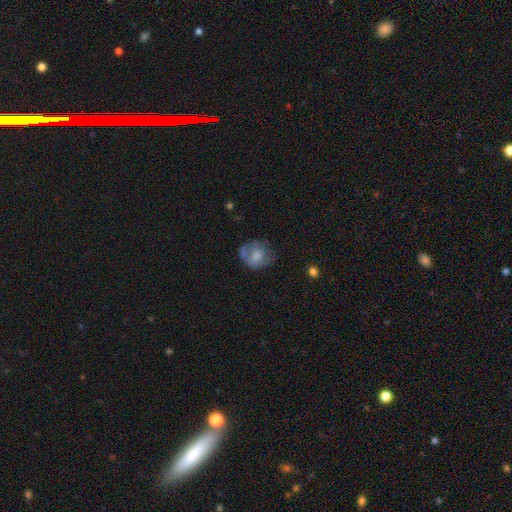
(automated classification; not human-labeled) smooth_or_featured: smooth (p=0.59) [alt: featured or disk p=0.32]
how_rounded: round (p=0.65) [alt: in between p=0.34]
merging: none (p=0.47) [alt: minor disturbance p=0.28]